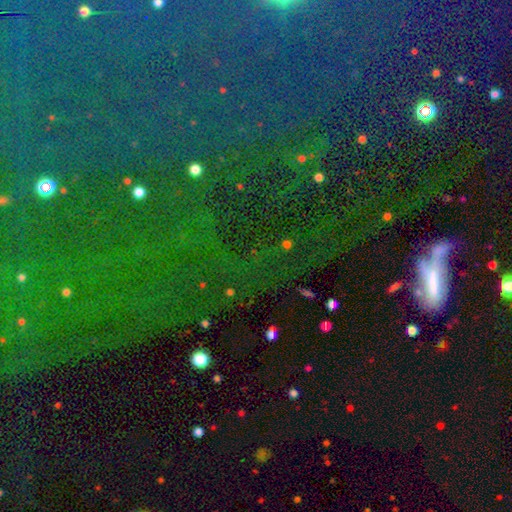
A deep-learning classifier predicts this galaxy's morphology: The model was most divided on "smooth or featured": star or artifact: 70%, smooth: 15%, featured or disk: 15%.